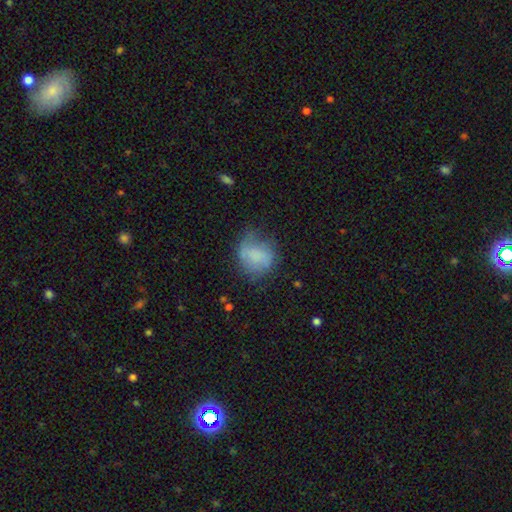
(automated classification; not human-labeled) smooth 59%, featured or disk 31%, star or artifact 10%. Down the decision tree: how rounded — round (63%); merging — none (44%).